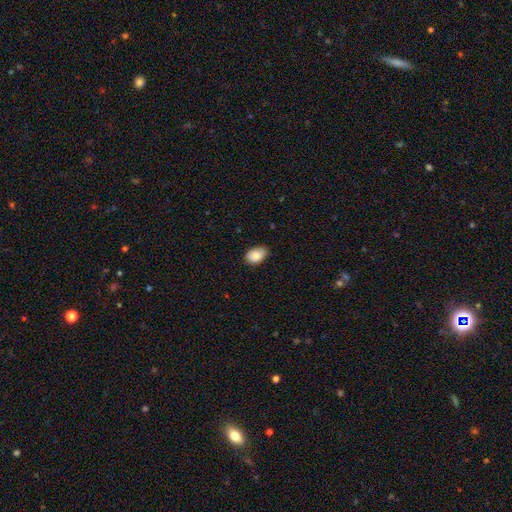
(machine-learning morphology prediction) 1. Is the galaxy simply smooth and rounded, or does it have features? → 88% smooth, 7% star or artifact, 5% featured or disk.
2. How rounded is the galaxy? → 88% in between, 11% round, 1% cigar-shaped.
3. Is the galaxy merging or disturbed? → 79% none, 17% minor disturbance, 2% major disturbance, 1% merger.